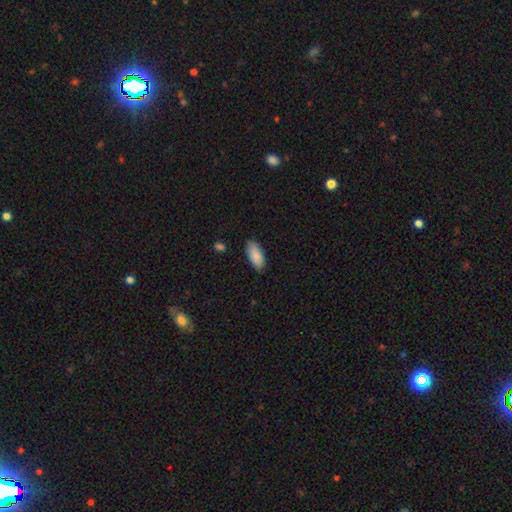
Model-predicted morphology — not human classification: Q: Smooth or featured?
A: smooth (87%); runner-up: featured or disk (7%)
Q: How rounded?
A: in between (87%); runner-up: cigar-shaped (11%)
Q: Merging?
A: none (85%); runner-up: minor disturbance (12%)